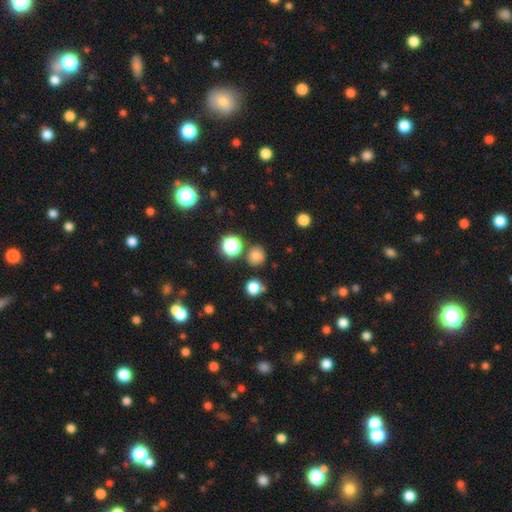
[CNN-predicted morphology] type=smooth (74%); roundness=round (88%); merging=none (80%).